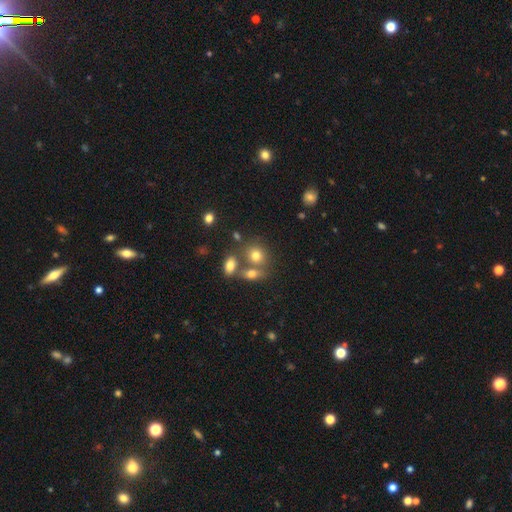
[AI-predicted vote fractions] Smooth or featured: smooth — 75% (star or artifact — 13%)
How rounded: round — 63% (in between — 36%)
Merging: none — 52% (merger — 33%)